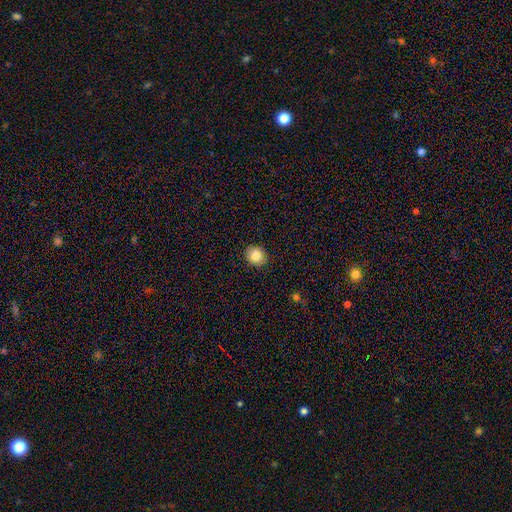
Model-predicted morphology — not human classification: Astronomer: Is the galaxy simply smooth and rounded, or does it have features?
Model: smooth — 85%.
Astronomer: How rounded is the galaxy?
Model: round — 77%.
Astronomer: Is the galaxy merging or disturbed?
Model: none — 88%.